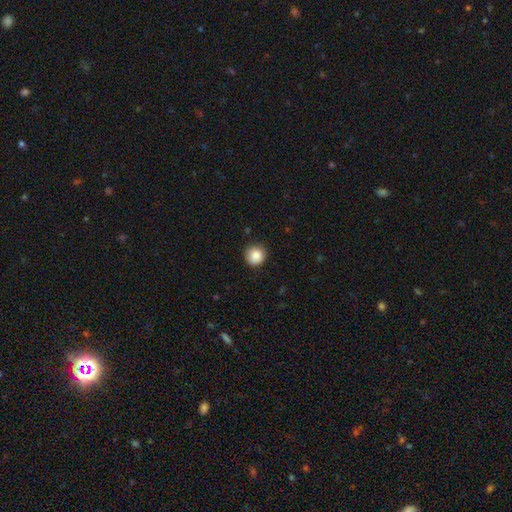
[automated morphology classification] smooth_or_featured: smooth (p=0.86) [alt: star or artifact p=0.09]
how_rounded: round (p=0.94) [alt: in between p=0.05]
merging: none (p=0.86) [alt: minor disturbance p=0.10]